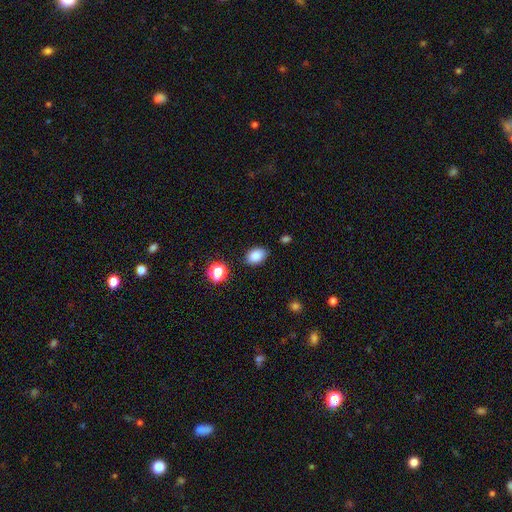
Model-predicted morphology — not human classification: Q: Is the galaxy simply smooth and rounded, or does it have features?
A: smooth — 85%.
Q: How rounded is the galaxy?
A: in between — 83%.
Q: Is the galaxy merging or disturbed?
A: none — 81%.